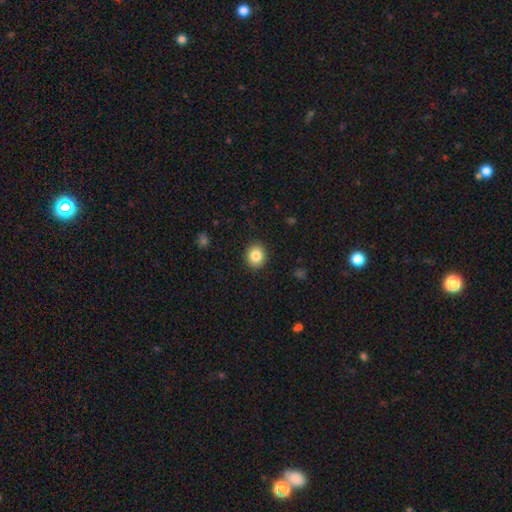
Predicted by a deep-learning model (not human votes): smooth_or_featured: smooth (p=0.84) [alt: star or artifact p=0.09]
how_rounded: round (p=0.73) [alt: in between p=0.26]
merging: none (p=0.90) [alt: minor disturbance p=0.07]